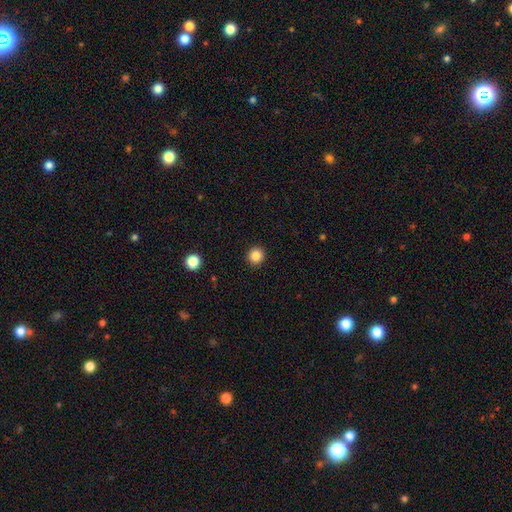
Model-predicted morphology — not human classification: Smooth or featured?
  - smooth: 85% *
  - star or artifact: 11%
  - featured or disk: 4%
How rounded?
  - round: 93% *
  - in between: 6%
  - cigar-shaped: 1%
Merging?
  - none: 92% *
  - minor disturbance: 5%
  - major disturbance: 2%
  - merger: 1%